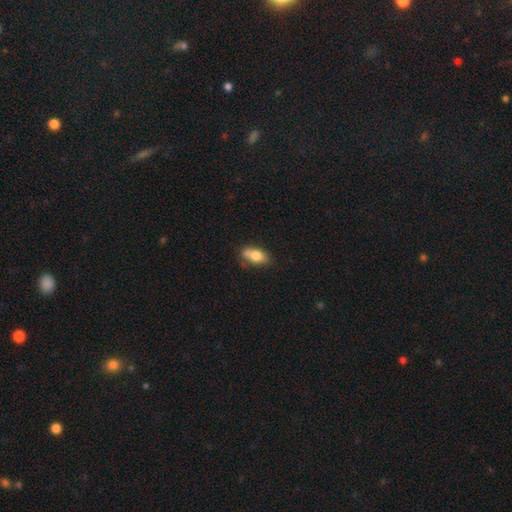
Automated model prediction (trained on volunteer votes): This is likely a smooth galaxy (76%). How rounded: clearly in between (85%). Merging: possibly none (55%).